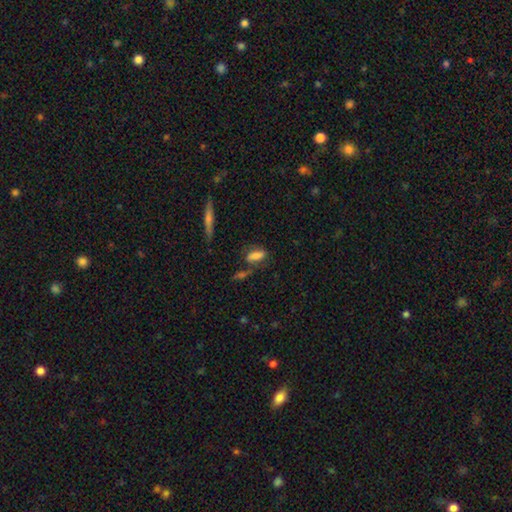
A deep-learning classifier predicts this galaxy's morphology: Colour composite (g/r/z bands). It shows a smooth galaxy with no disk features (74%) that is in between round and cigar-shaped (77%). Merging: none (55%).